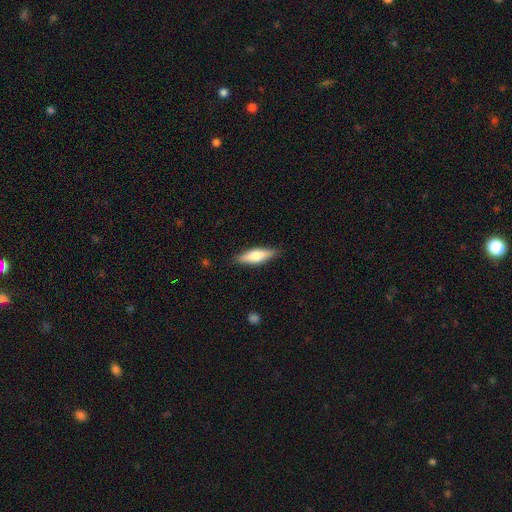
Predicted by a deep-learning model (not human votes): Q: Smooth or featured?
A: smooth (61%); runner-up: featured or disk (34%)
Q: How rounded?
A: cigar-shaped (50%); runner-up: in between (48%)
Q: Merging?
A: none (87%); runner-up: minor disturbance (10%)